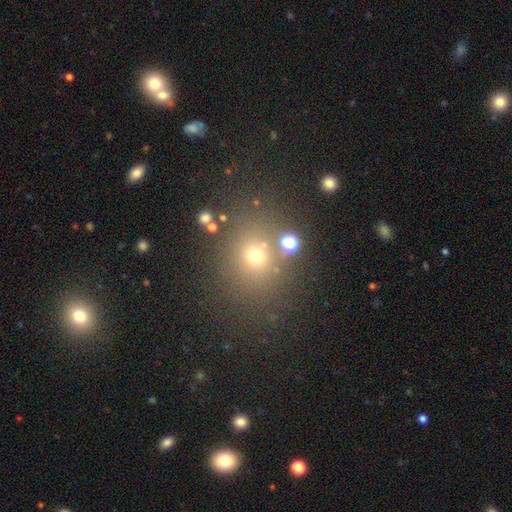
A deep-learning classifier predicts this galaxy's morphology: Smooth or featured? smooth (64%)
How rounded? round (74%)
Merging? none (75%)